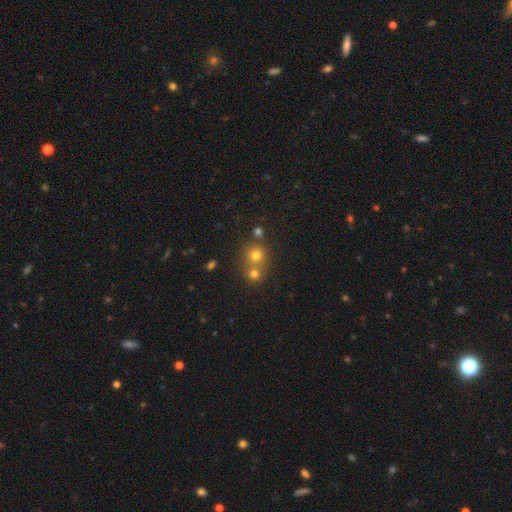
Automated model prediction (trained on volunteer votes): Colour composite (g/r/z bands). It shows a smooth galaxy with no disk features (71%) that is round (88%). Merging: none (53%).